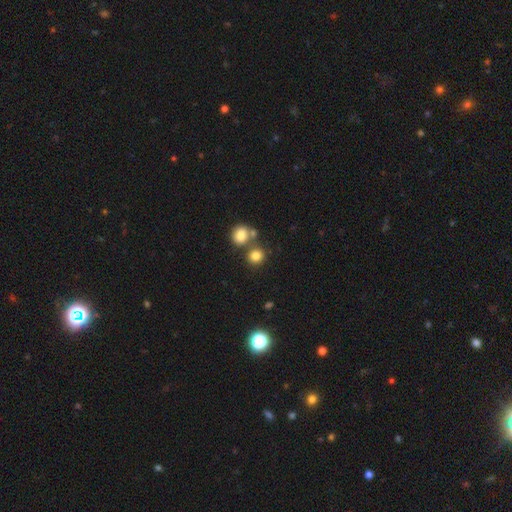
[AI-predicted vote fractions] Q: Smooth or featured?
A: smooth (81%); runner-up: star or artifact (12%)
Q: How rounded?
A: round (83%); runner-up: in between (16%)
Q: Merging?
A: none (61%); runner-up: merger (26%)